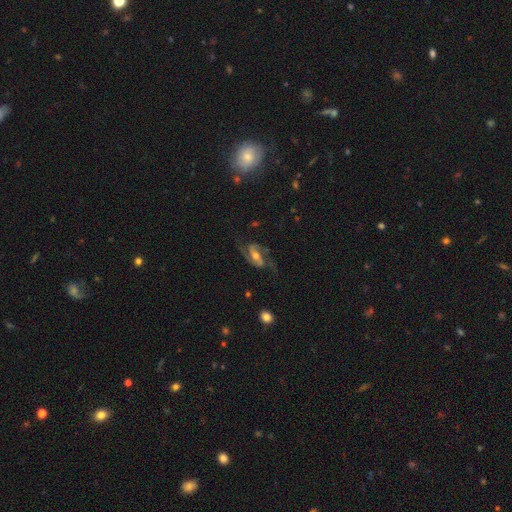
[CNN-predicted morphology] Q: Smooth or featured?
A: featured or disk (86%); runner-up: smooth (8%)
Q: Edge-on disk?
A: no (96%); runner-up: yes (4%)
Q: Bar?
A: weak (41%); runner-up: no (31%)
Q: Spiral arms?
A: yes (96%); runner-up: no (4%)
Q: Spiral winding?
A: medium (48%); runner-up: loose (38%)
Q: Spiral arm count?
A: 2 (91%); runner-up: can't tell (3%)
Q: Bulge size?
A: moderate (62%); runner-up: small (28%)
Q: Merging?
A: none (68%); runner-up: minor disturbance (17%)